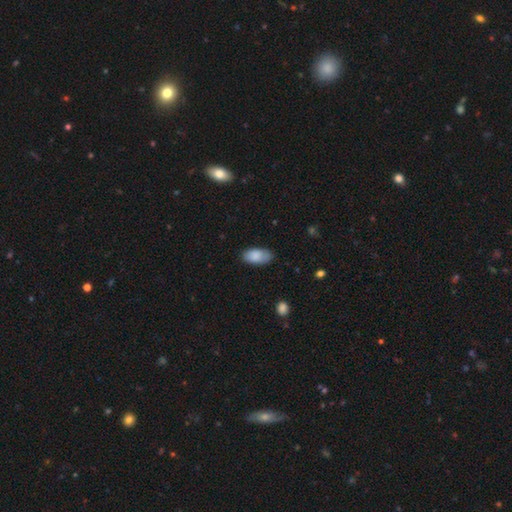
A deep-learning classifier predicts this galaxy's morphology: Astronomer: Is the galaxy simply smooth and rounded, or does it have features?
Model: smooth — 87%.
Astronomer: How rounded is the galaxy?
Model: in between — 93%.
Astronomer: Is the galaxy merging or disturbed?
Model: none — 78%.